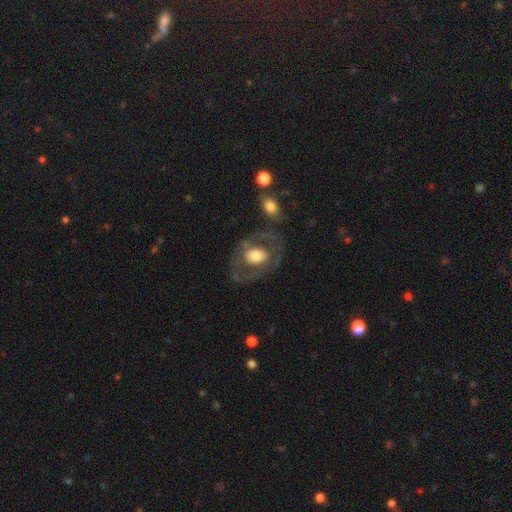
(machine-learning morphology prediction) type=featured or disk (52%); edge-on=no (93%); merging=none (69%).